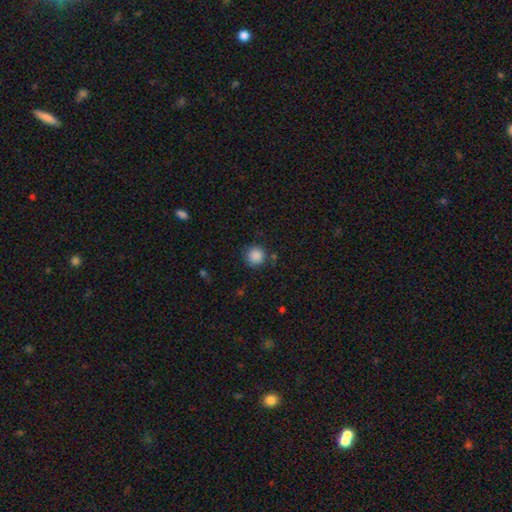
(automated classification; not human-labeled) Smooth or featured? smooth (87%)
How rounded? round (94%)
Merging? none (83%)